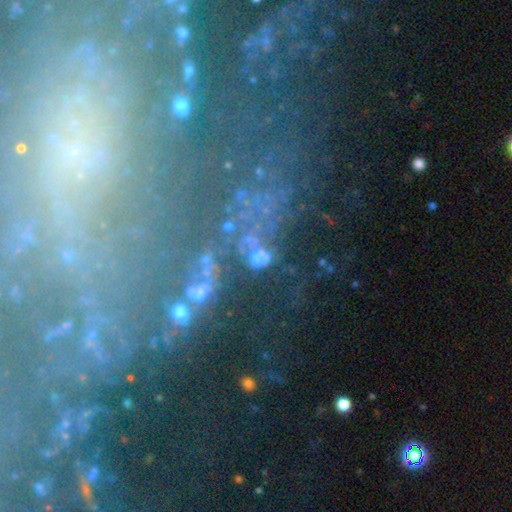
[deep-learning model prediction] Q: Smooth or featured?
A: featured or disk (40%); runner-up: star or artifact (38%)
Q: Merging?
A: none (39%); runner-up: major disturbance (25%)